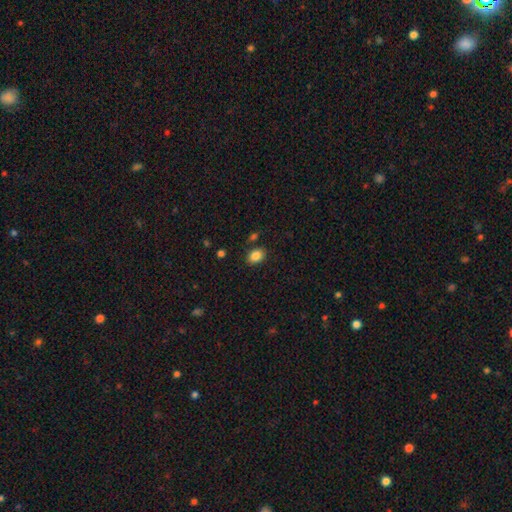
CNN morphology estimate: This is clearly a smooth galaxy (86%). How rounded: likely in between (72%). Merging: clearly none (82%).